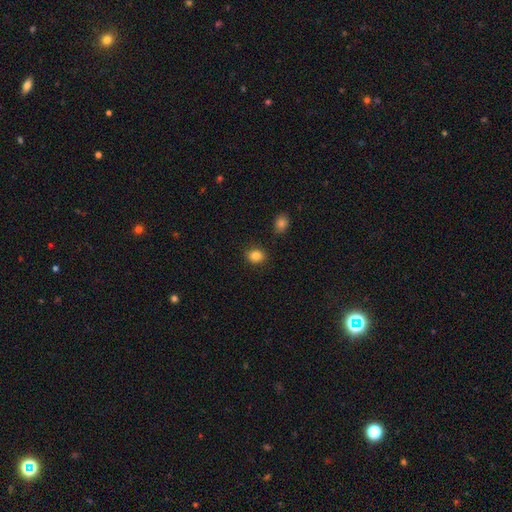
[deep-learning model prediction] Smooth or featured? Predicted: smooth (p=0.86). How rounded? Predicted: round (p=0.63). Merging? Predicted: none (p=0.87).